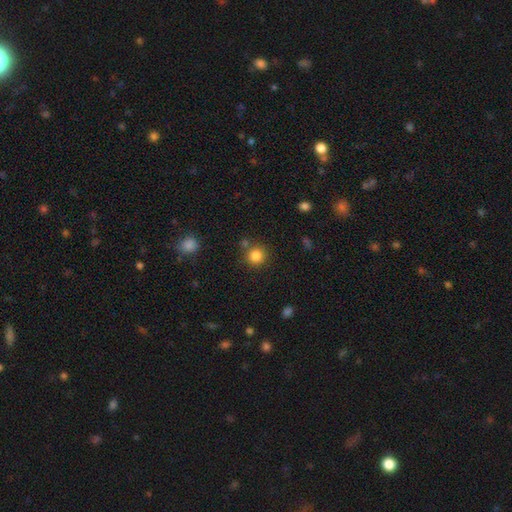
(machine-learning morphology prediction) Overall: smooth (84%). How rounded: round (93%). Merging: none (78%).